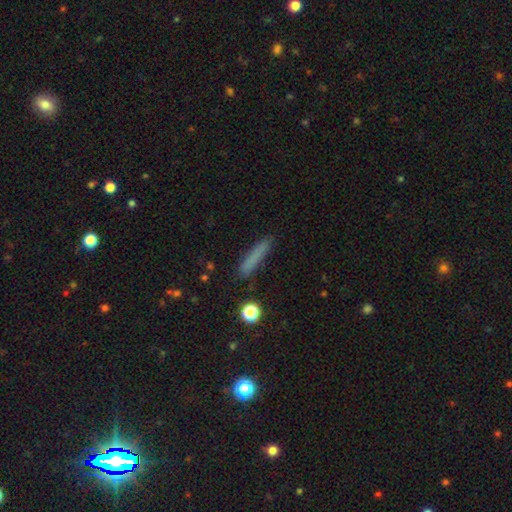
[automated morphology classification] Smooth or featured? smooth (78%)
How rounded? cigar-shaped (91%)
Merging? none (84%)